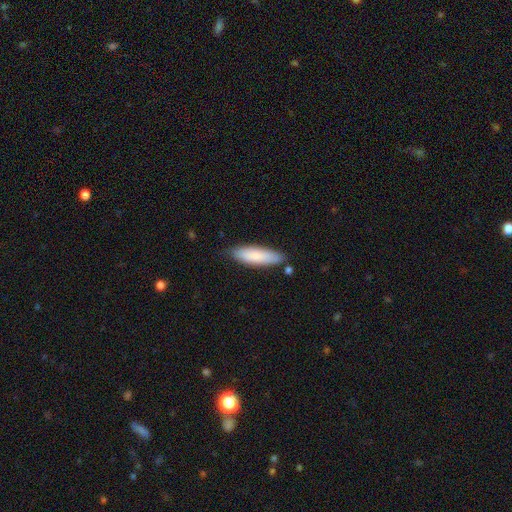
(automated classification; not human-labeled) Morphology: type=smooth (80%); roundness=cigar-shaped (55%); merging=none (79%).